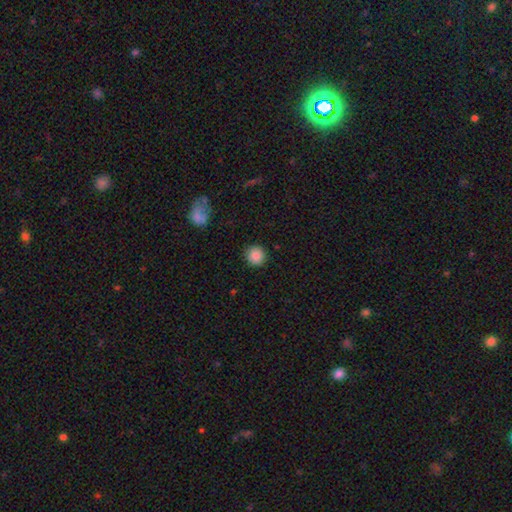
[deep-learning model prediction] Morphology: type=smooth (86%); roundness=round (92%); merging=none (90%).